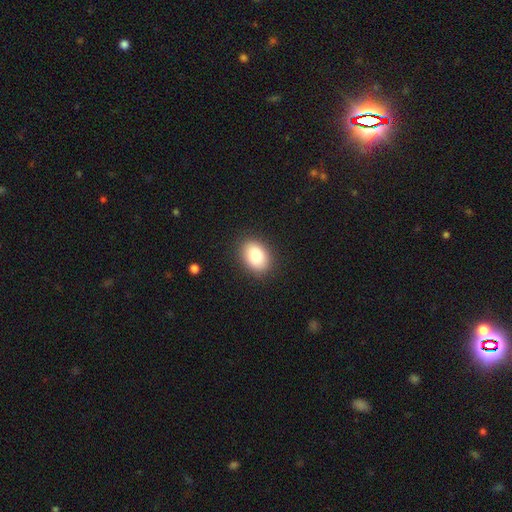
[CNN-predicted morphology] Smooth or featured?
  - smooth: 85% *
  - star or artifact: 8%
  - featured or disk: 7%
How rounded?
  - in between: 79% *
  - round: 20%
  - cigar-shaped: 1%
Merging?
  - none: 88% *
  - minor disturbance: 9%
  - major disturbance: 2%
  - merger: 1%